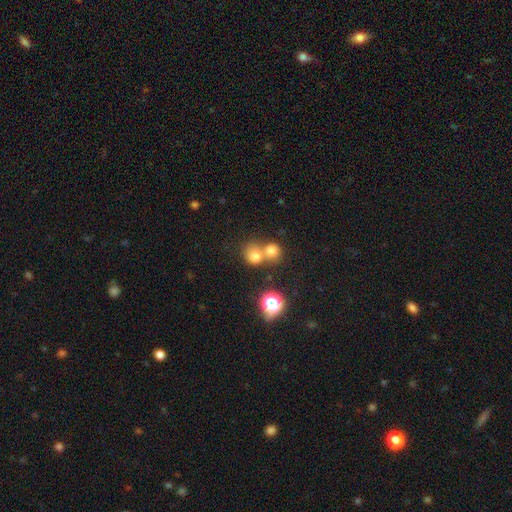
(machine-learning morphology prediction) Smooth or featured?
  - smooth: 74% *
  - star or artifact: 16%
  - featured or disk: 10%
How rounded?
  - round: 81% *
  - in between: 18%
  - cigar-shaped: 1%
Merging?
  - merger: 50% *
  - none: 41%
  - minor disturbance: 6%
  - major disturbance: 3%